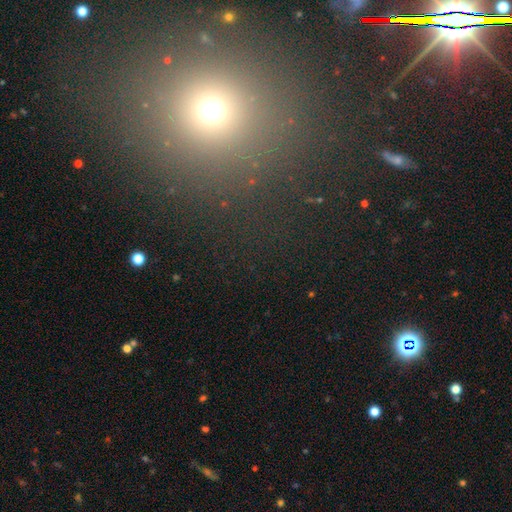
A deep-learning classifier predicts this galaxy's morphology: This is possibly a star or artifact rather than a galaxy (50%).